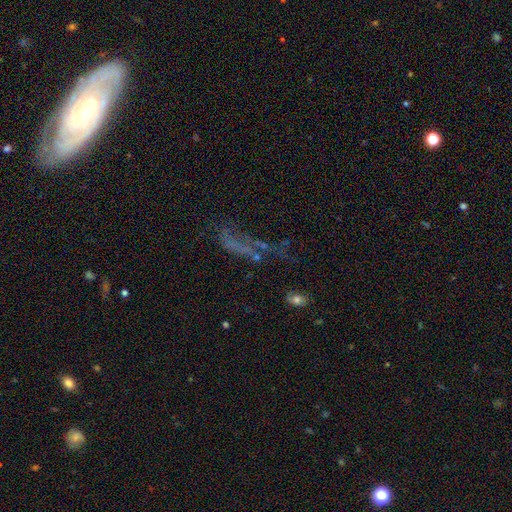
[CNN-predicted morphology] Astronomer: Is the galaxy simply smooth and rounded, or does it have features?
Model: featured or disk — 37% (runner-up: smooth, 33%).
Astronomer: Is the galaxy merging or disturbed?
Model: major disturbance — 38% (runner-up: none, 34%).